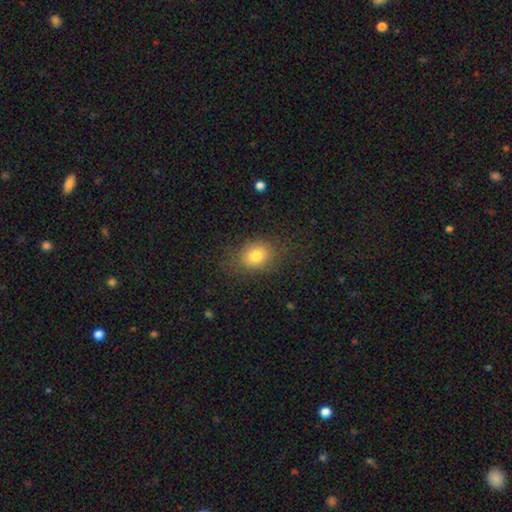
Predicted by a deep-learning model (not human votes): Q: Smooth or featured?
A: smooth (79%); runner-up: star or artifact (11%)
Q: How rounded?
A: in between (55%); runner-up: round (44%)
Q: Merging?
A: none (76%); runner-up: minor disturbance (16%)